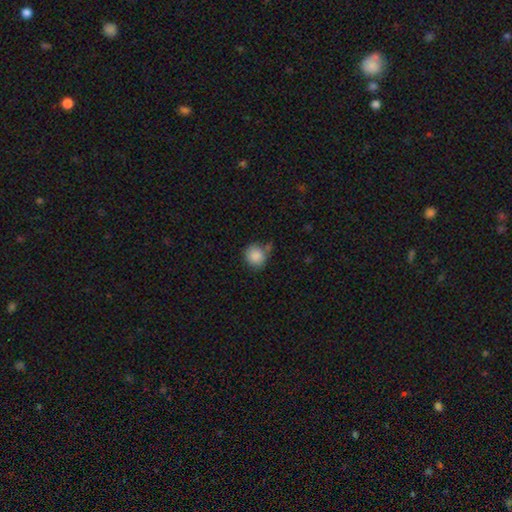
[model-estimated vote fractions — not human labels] smooth_or_featured: smooth (p=0.88) [alt: star or artifact p=0.08]
how_rounded: round (p=0.89) [alt: in between p=0.10]
merging: none (p=0.64) [alt: minor disturbance p=0.20]